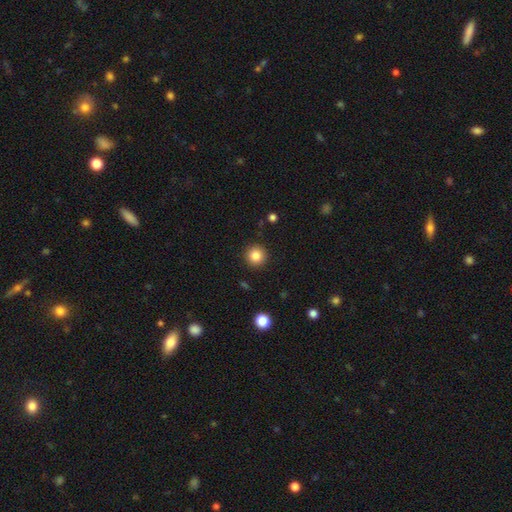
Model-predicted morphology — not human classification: Smooth or featured?
  - smooth: 84% *
  - star or artifact: 10%
  - featured or disk: 5%
How rounded?
  - round: 95% *
  - in between: 4%
  - cigar-shaped: 1%
Merging?
  - none: 92% *
  - minor disturbance: 5%
  - major disturbance: 2%
  - merger: 1%